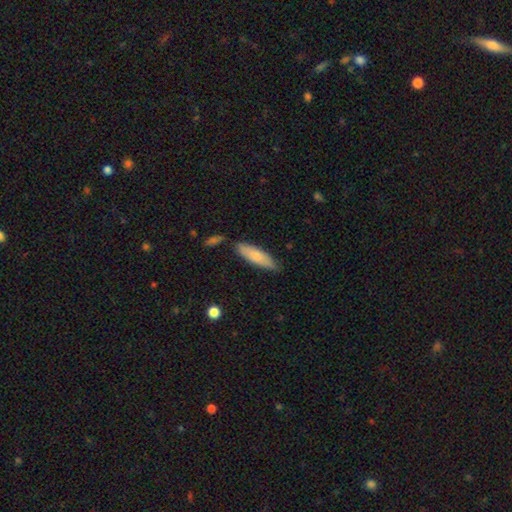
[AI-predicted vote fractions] This is likely a smooth galaxy (77%). How rounded: possibly cigar-shaped (58%). Merging: likely none (78%).